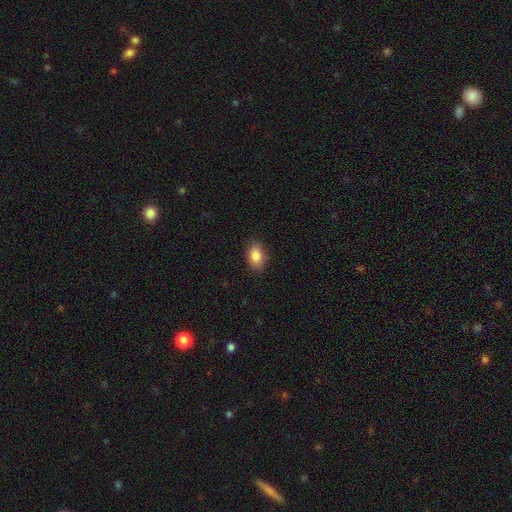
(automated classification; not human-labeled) smooth_or_featured: smooth (p=0.87) [alt: star or artifact p=0.08]
how_rounded: in between (p=0.87) [alt: round p=0.11]
merging: none (p=0.87) [alt: minor disturbance p=0.10]